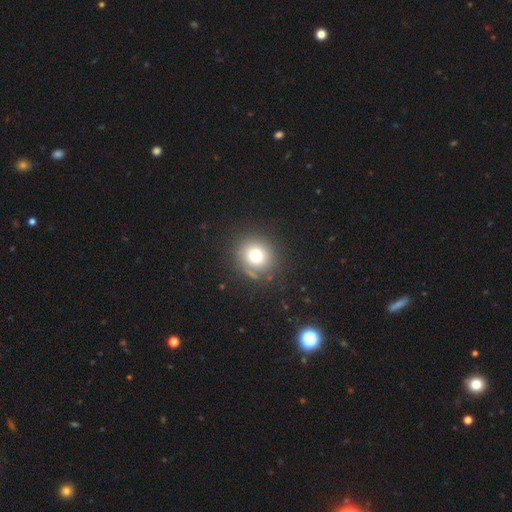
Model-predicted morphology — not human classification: This is likely a smooth galaxy (73%). How rounded: clearly round (88%). Merging: clearly none (83%).